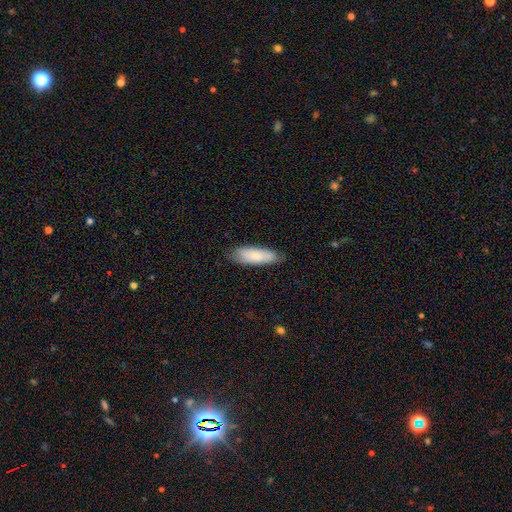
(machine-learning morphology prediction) This is clearly a smooth galaxy (82%). How rounded: possibly in between (53%). Merging: likely none (79%).